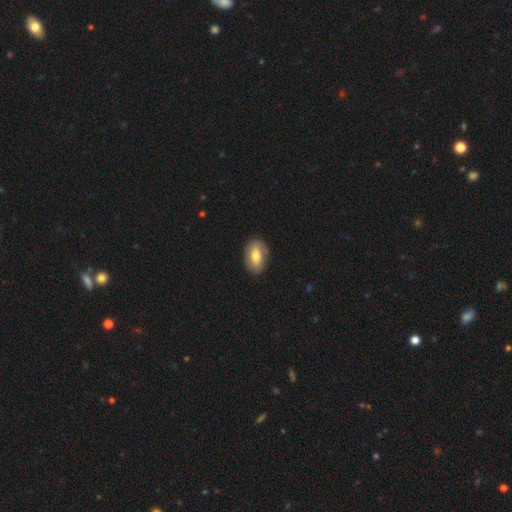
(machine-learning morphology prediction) Overall: smooth (67%). How rounded: in between (86%). Merging: none (82%).